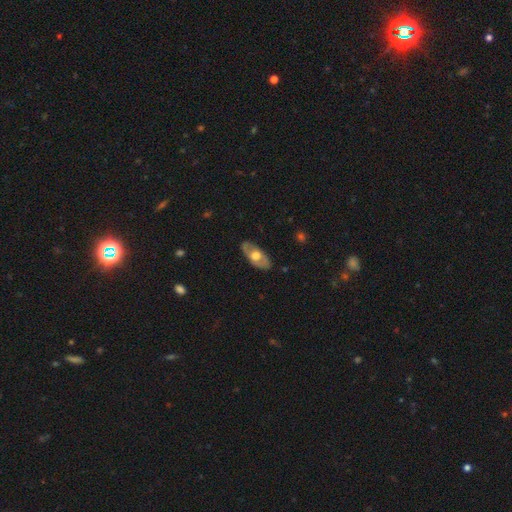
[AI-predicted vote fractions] A featured or disk galaxy (51%). Merging: none (81%).